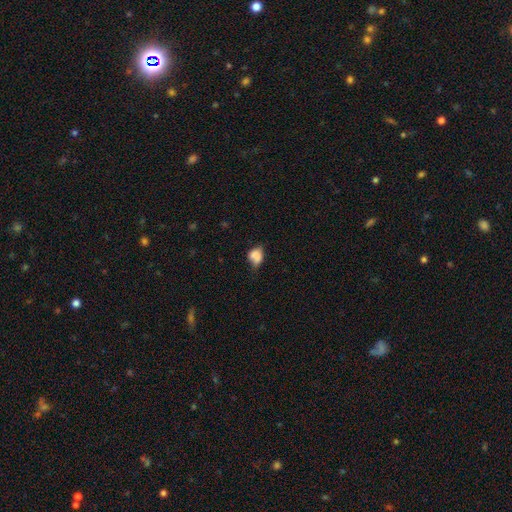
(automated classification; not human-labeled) Morphology: type=smooth (74%); roundness=in between (67%); merging=minor disturbance (35%).